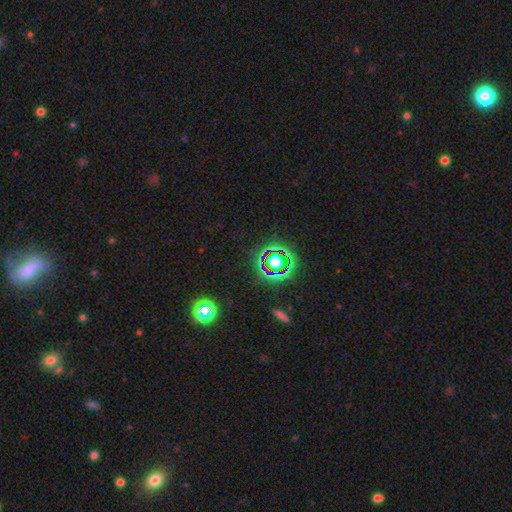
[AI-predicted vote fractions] Overall: star or artifact (68%).